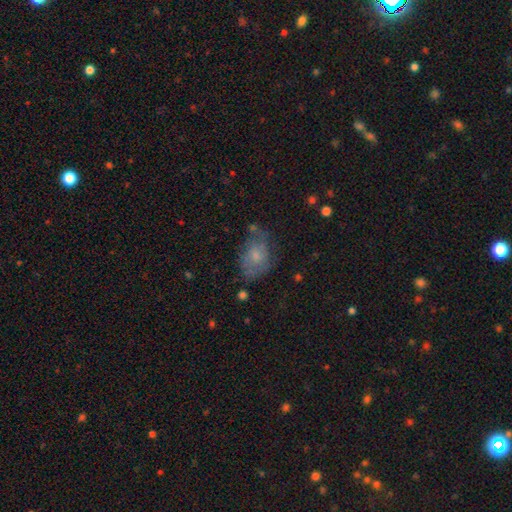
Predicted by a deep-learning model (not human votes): smooth-or-featured: smooth: 50% | featured or disk: 40% | star or artifact: 10%
  how-rounded: in between: 76% | round: 22% | cigar-shaped: 2%
  merging: none: 53% | minor disturbance: 28% | major disturbance: 15% | merger: 4%